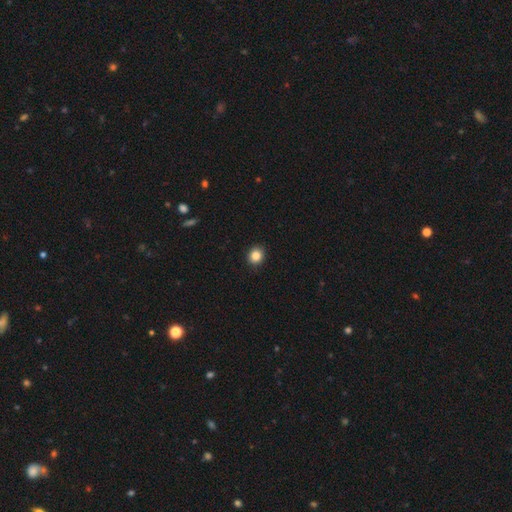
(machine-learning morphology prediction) The model was most divided on "how rounded": round: 76%, in between: 23%, cigar-shaped: 1%. More confident: merging — none (91%); smooth or featured — smooth (86%).